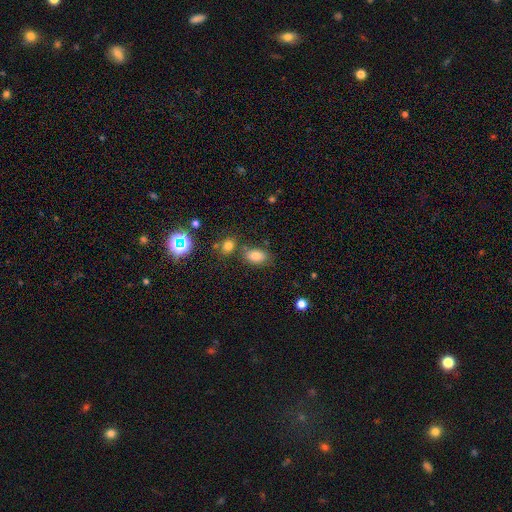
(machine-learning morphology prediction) This is likely a smooth galaxy (80%). How rounded: clearly in between (86%). Merging: likely none (70%).